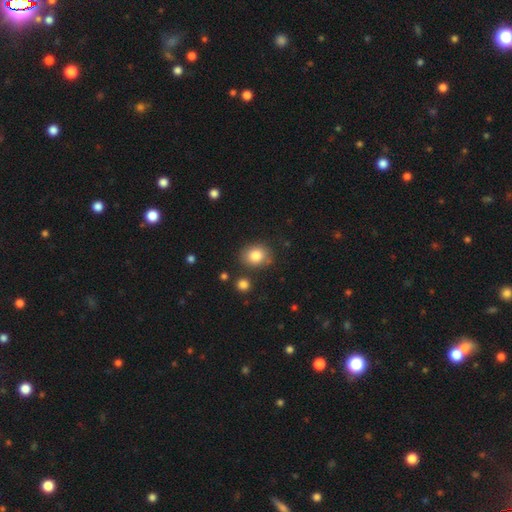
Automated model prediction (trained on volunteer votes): This is clearly a smooth galaxy (82%). How rounded: possibly round (58%). Merging: likely none (80%).